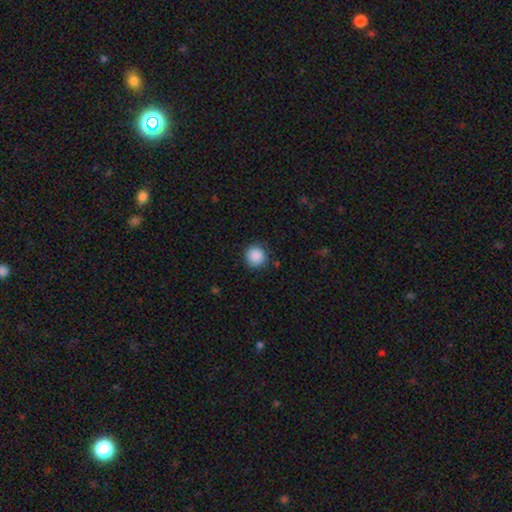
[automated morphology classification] Smooth or featured? smooth (89%)
How rounded? round (93%)
Merging? none (88%)